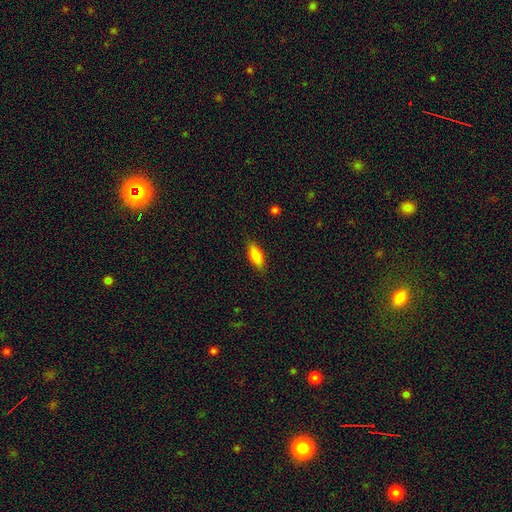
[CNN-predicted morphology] smooth-or-featured: smooth: 79% | featured or disk: 14% | star or artifact: 7%
  how-rounded: in between: 69% | cigar-shaped: 29% | round: 2%
  merging: none: 86% | minor disturbance: 11% | major disturbance: 2% | merger: 1%